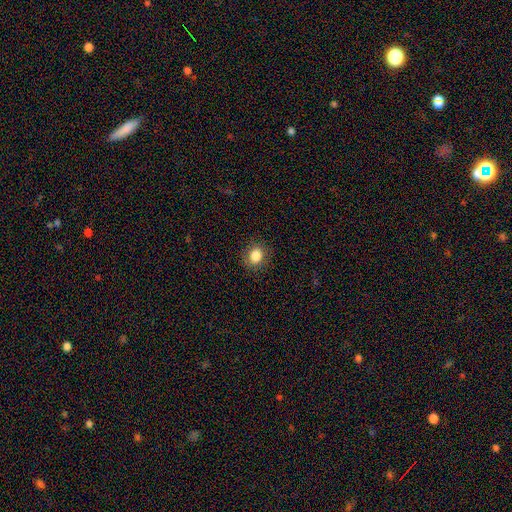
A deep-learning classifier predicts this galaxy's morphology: This is clearly a smooth galaxy (84%). How rounded: likely round (66%). Merging: clearly none (87%).